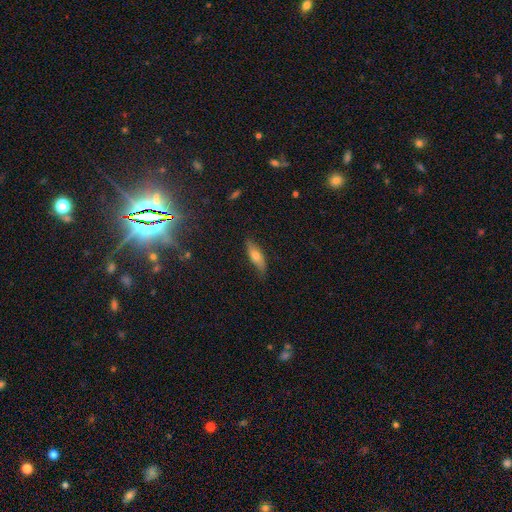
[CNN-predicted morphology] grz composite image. It shows a smooth galaxy with no disk features (63%) that is in between round and cigar-shaped (52%). Merging: none (77%).